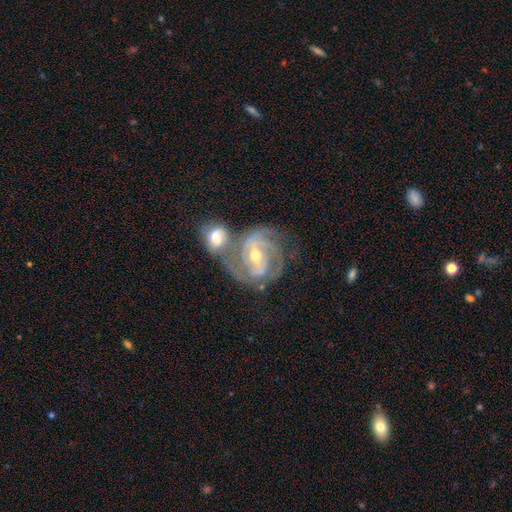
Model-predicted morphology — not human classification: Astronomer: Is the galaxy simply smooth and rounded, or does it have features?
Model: featured or disk — 89%.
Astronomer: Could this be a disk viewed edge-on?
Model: no — 97%.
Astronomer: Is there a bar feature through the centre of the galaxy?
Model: weak — 46% (runner-up: strong, 30%).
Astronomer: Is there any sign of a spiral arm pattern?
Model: yes — 97%.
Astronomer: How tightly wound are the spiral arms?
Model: tight — 52% (runner-up: medium, 40%).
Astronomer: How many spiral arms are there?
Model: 2 — 37% (runner-up: 3, 33%).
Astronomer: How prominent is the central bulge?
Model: moderate — 54% (runner-up: small, 42%).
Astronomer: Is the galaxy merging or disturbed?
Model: none — 39% (runner-up: merger, 38%).